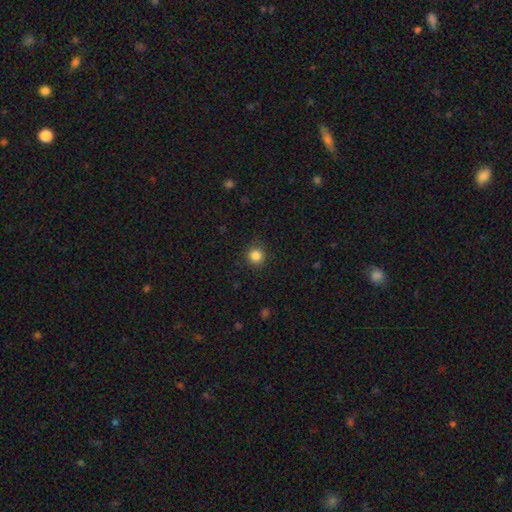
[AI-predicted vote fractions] smooth-or-featured: smooth: 86% | star or artifact: 11% | featured or disk: 4%
  how-rounded: round: 94% | in between: 5% | cigar-shaped: 1%
  merging: none: 90% | minor disturbance: 7% | major disturbance: 2% | merger: 1%